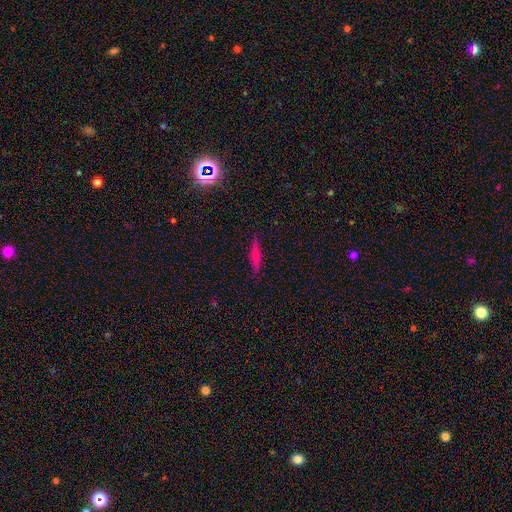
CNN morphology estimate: Smooth or featured? Predicted: smooth (p=0.61). How rounded? Predicted: cigar-shaped (p=0.83). Merging? Predicted: none (p=0.85).